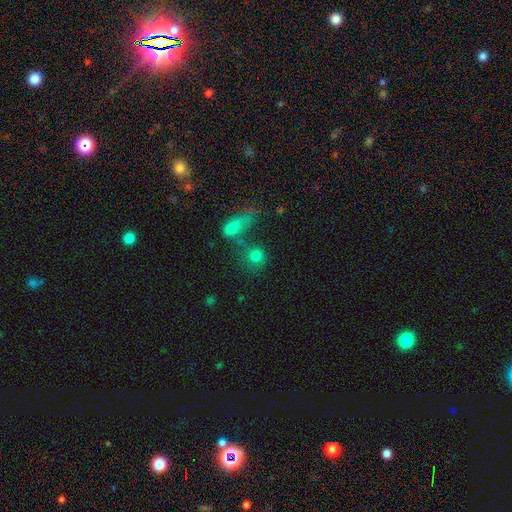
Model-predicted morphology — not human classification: This is likely a smooth galaxy (77%). How rounded: likely round (76%). Merging: possibly none (49%).